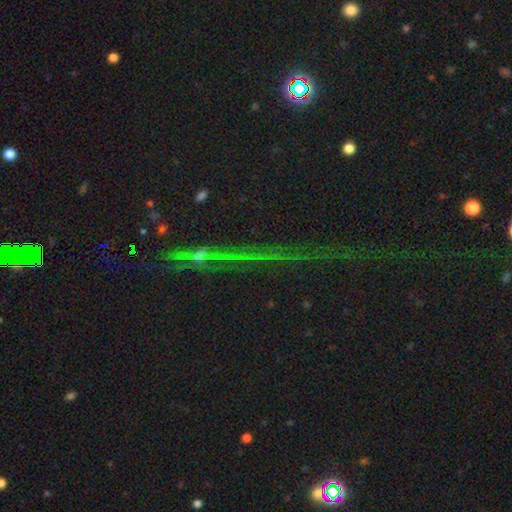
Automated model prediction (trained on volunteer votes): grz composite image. It shows a star or artifact, not a galaxy (76%).